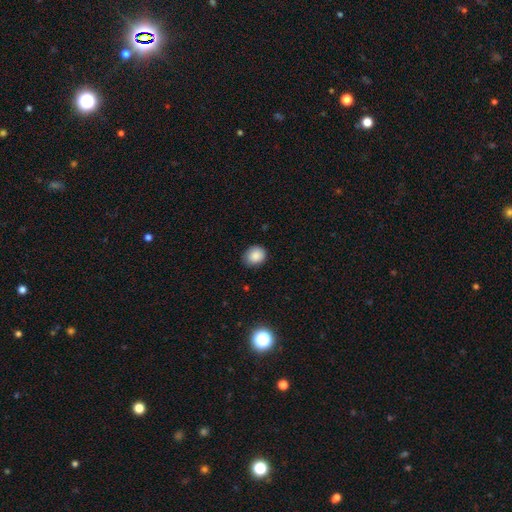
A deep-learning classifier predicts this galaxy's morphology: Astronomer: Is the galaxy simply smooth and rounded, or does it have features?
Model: smooth — 87%.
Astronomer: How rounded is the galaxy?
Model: round — 66%.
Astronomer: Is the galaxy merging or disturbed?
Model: none — 77%.